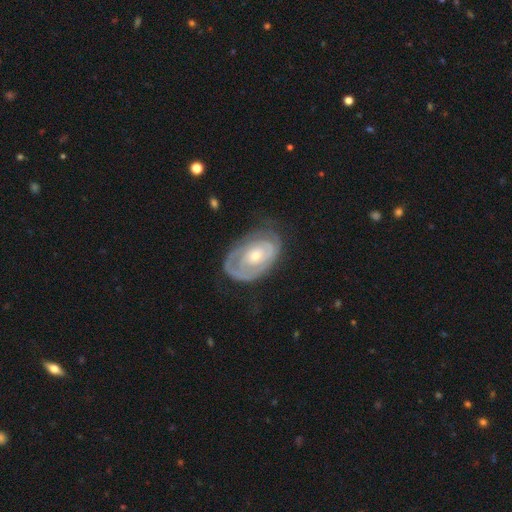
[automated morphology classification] smooth_or_featured: featured or disk (p=0.79) [alt: smooth p=0.16]
disk_edge_on: no (p=0.96) [alt: yes p=0.04]
bar: no (p=0.78) [alt: weak p=0.18]
has_spiral_arms: yes (p=0.82) [alt: no p=0.18]
spiral_winding: tight (p=0.73) [alt: medium p=0.20]
spiral_arm_count: can't tell (p=0.38) [alt: 2 p=0.28]
bulge_size: small (p=0.53) [alt: moderate p=0.43]
merging: none (p=0.62) [alt: minor disturbance p=0.23]